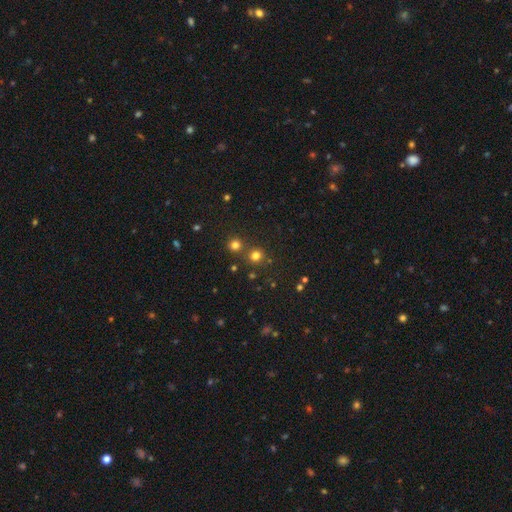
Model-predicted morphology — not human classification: A smooth galaxy with no disk features (72%) that is round (90%). Merging: none (74%).